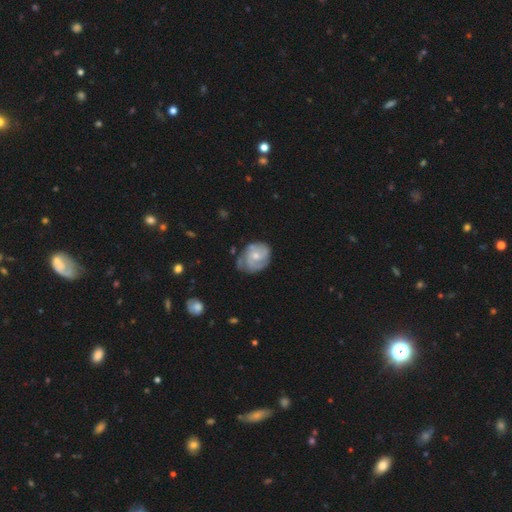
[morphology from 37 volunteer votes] Overall: featured or disk (78%). Edge-on disk: no (100%). Bar: no (76%). Spiral arms: yes (90%). Spiral arm count: 2 (50%; 3 19%). Spiral winding: tight (62%; medium 35%). Bulge size: small (62%; moderate 24%). Merging: none (75%).